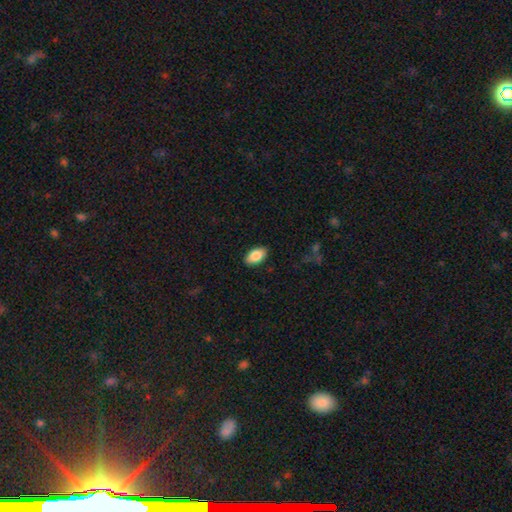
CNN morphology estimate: Smooth or featured? Predicted: smooth (p=0.87). How rounded? Predicted: in between (p=0.94). Merging? Predicted: none (p=0.89).